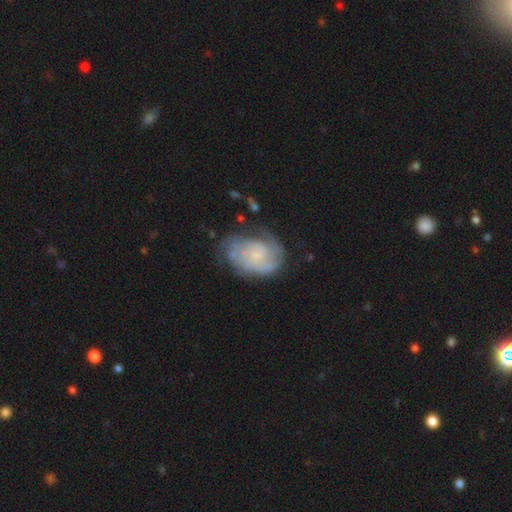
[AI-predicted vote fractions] Smooth or featured? featured or disk (69%)
Edge-on disk? no (98%)
Bar? no (74%)
Spiral arms? yes (85%)
Spiral winding? tight (52%)
Spiral arm count? can't tell (44%)
Bulge size? small (62%)
Merging? none (55%)